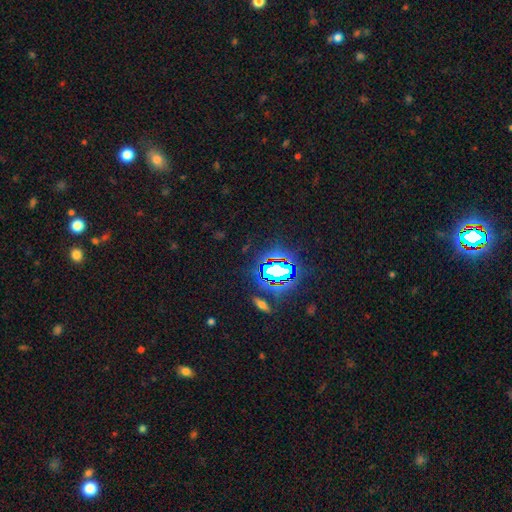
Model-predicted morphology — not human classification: type=star or artifact (82%).